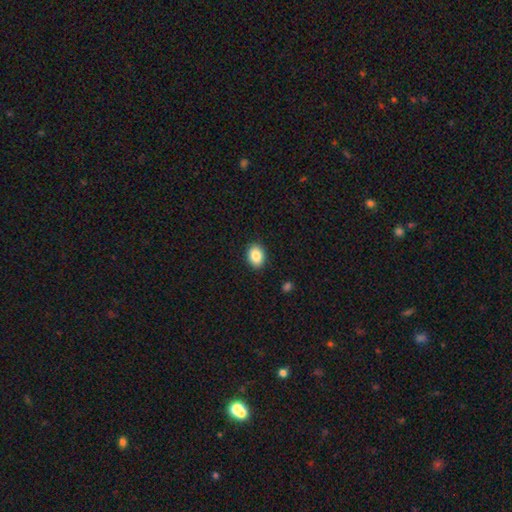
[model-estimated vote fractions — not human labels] Q: Smooth or featured?
A: smooth (86%); runner-up: star or artifact (8%)
Q: How rounded?
A: in between (66%); runner-up: round (33%)
Q: Merging?
A: none (89%); runner-up: minor disturbance (8%)